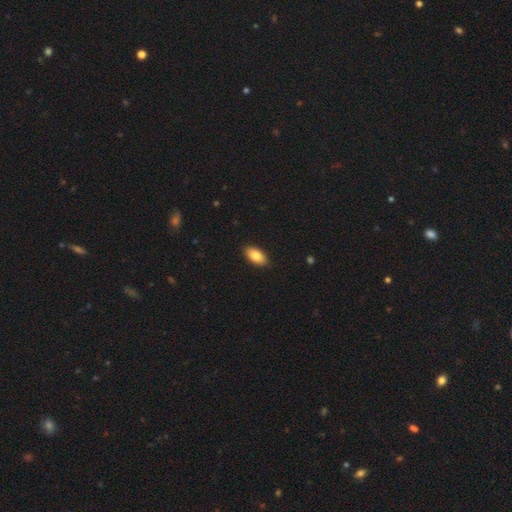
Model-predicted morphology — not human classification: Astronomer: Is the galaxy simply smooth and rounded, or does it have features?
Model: smooth — 84%.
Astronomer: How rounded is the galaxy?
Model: in between — 93%.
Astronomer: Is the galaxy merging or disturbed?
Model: none — 90%.